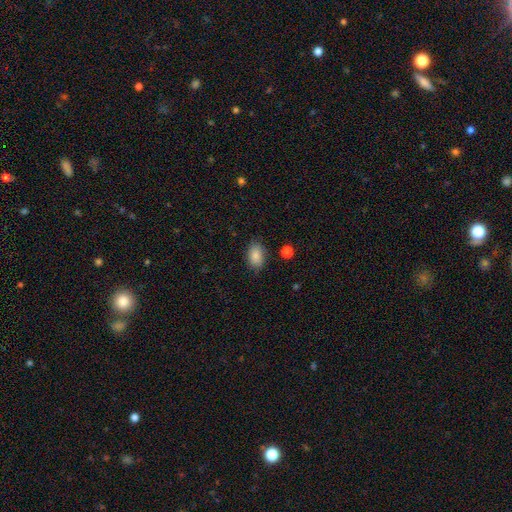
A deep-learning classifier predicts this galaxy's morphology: Overall: smooth (86%). How rounded: in between (89%). Merging: none (84%).